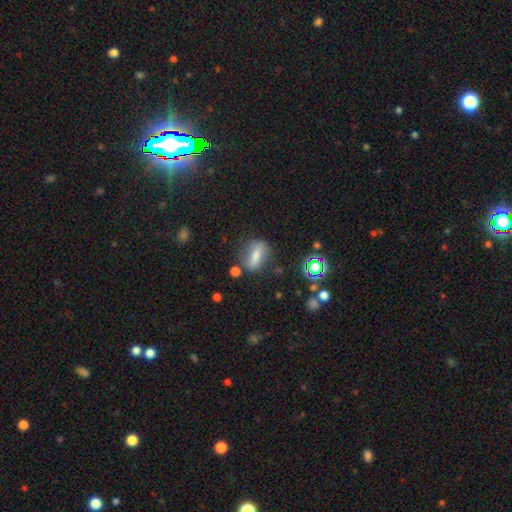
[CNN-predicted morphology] This appears to be a smooth galaxy with no disk features (63%) that is in between round and cigar-shaped (63%). Merging: none (63%).